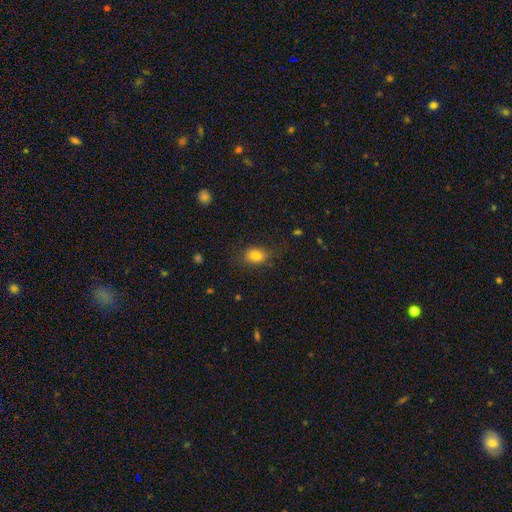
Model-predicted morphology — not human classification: Smooth or featured? smooth (81%)
How rounded? in between (70%)
Merging? none (75%)